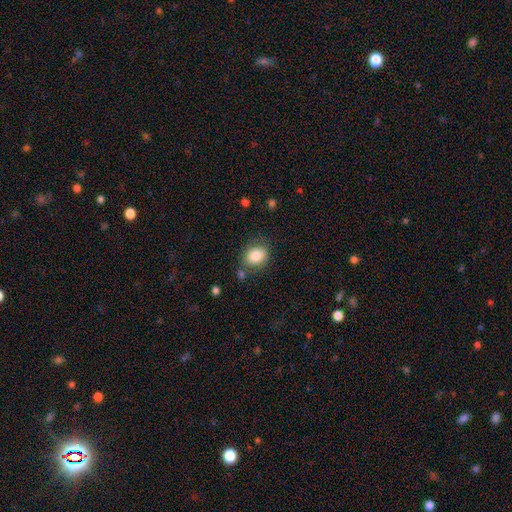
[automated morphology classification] A smooth galaxy with no disk features (82%) that is round (54%).

Vote fractions:
- Smooth or featured? smooth: 82% / featured or disk: 9% / star or artifact: 9%
- How rounded? round: 54% / in between: 45% / cigar-shaped: 1%
- Merging? none: 72% / minor disturbance: 17% / merger: 6% / major disturbance: 5%